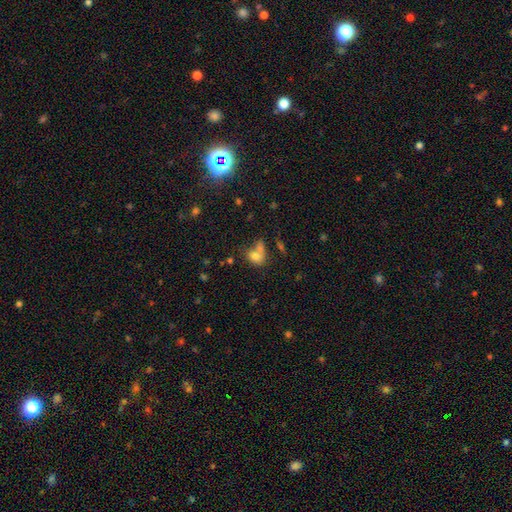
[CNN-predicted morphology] This appears to be a smooth galaxy with no disk features (76%) that is in between round and cigar-shaped (54%). Merging: merger (39%).